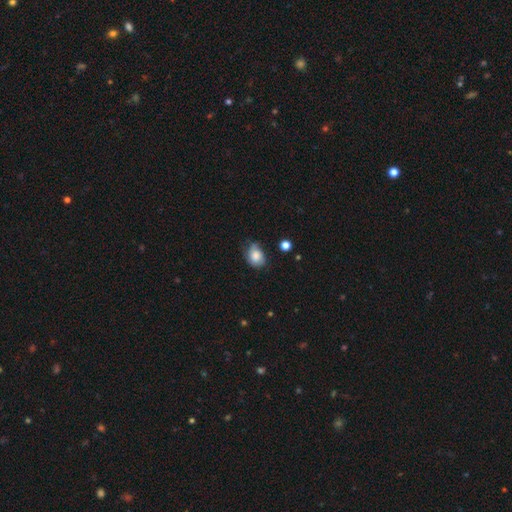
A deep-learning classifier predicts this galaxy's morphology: This is likely a smooth galaxy (73%). How rounded: likely in between (62%). Merging: possibly none (51%).